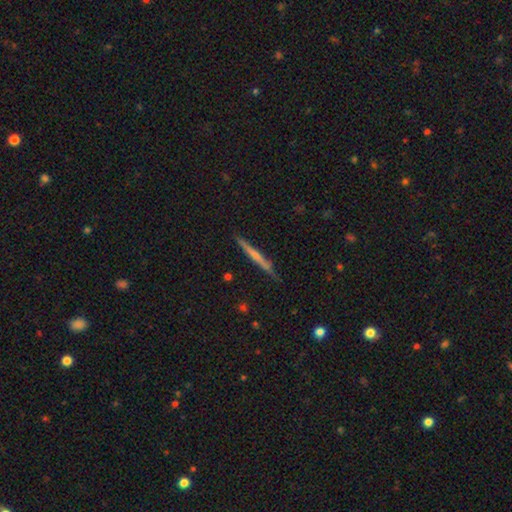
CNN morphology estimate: smooth-or-featured: featured or disk: 52% | smooth: 41% | star or artifact: 7%
  disk-edge-on: yes: 97% | no: 3%
    edge-on-bulge: none: 61% | rounded: 31% | boxy: 8%
  merging: none: 84% | minor disturbance: 13% | major disturbance: 2% | merger: 2%